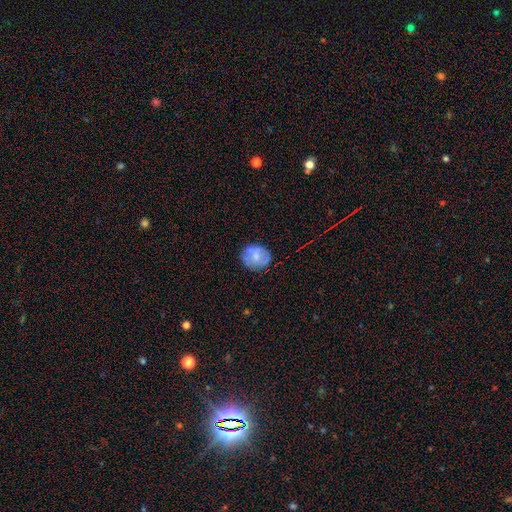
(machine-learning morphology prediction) Q: Smooth or featured?
A: smooth (52%); runner-up: featured or disk (40%)
Q: How rounded?
A: round (59%); runner-up: in between (40%)
Q: Merging?
A: none (58%); runner-up: minor disturbance (20%)